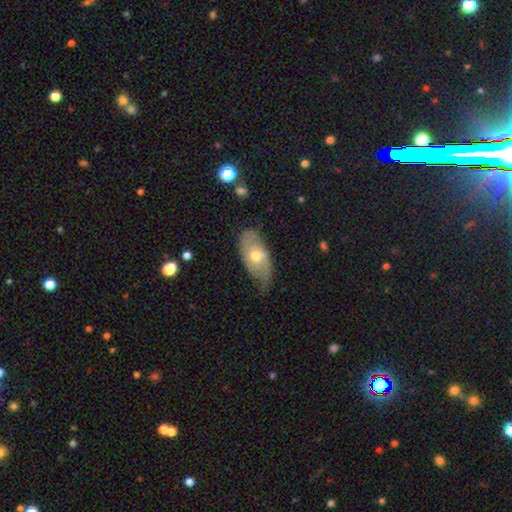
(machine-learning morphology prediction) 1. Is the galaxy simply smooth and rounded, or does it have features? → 55% featured or disk, 38% smooth, 7% star or artifact.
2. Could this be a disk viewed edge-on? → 87% no, 13% yes.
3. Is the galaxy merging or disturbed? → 56% none, 33% minor disturbance, 9% major disturbance, 2% merger.